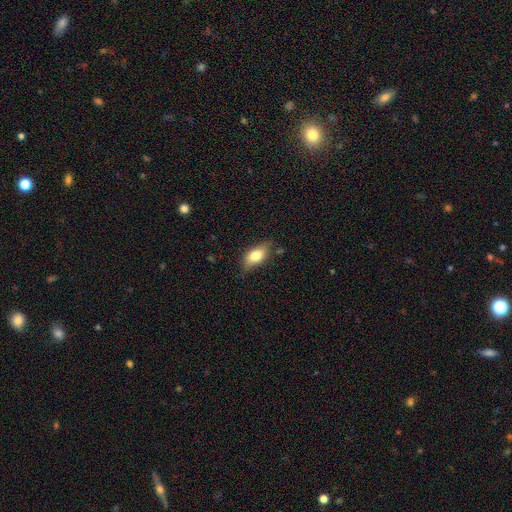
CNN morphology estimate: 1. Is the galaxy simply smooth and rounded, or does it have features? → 73% smooth, 20% featured or disk, 7% star or artifact.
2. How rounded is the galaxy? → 85% in between, 9% cigar-shaped, 6% round.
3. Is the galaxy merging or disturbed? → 72% none, 22% minor disturbance, 4% major disturbance, 2% merger.